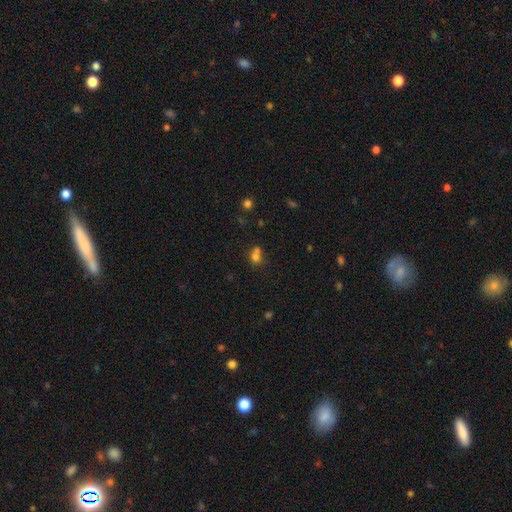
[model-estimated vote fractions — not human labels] Q: Smooth or featured?
A: smooth (71%); runner-up: star or artifact (17%)
Q: How rounded?
A: round (66%); runner-up: in between (33%)
Q: Merging?
A: merger (53%); runner-up: none (33%)